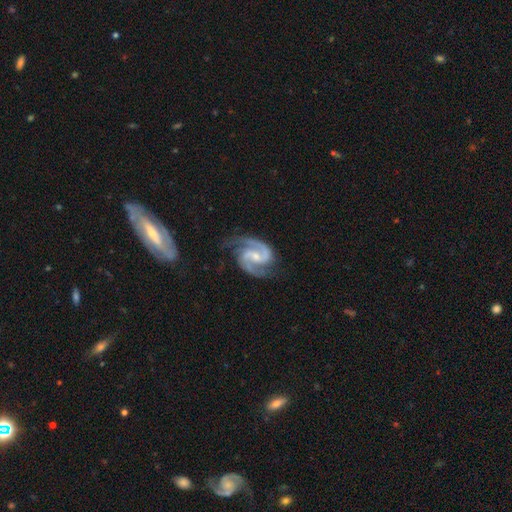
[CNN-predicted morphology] Smooth or featured? Predicted: featured or disk (p=0.93). Edge-on disk? Predicted: no (p=0.98). Bar? Predicted: weak (p=0.50). Spiral arms? Predicted: yes (p=0.99). Spiral winding? Predicted: medium (p=0.63). Spiral arm count? Predicted: 2 (p=0.93). Bulge size? Predicted: small (p=0.50). Merging? Predicted: none (p=0.74).